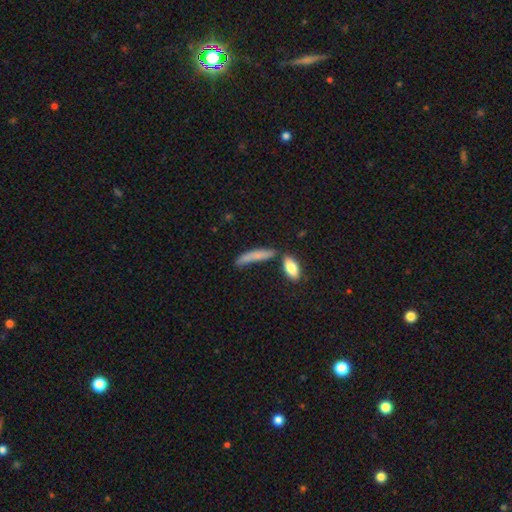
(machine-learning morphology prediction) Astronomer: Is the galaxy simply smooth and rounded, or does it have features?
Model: smooth — 74%.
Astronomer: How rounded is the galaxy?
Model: cigar-shaped — 79%.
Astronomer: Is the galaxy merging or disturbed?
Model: none — 57%.